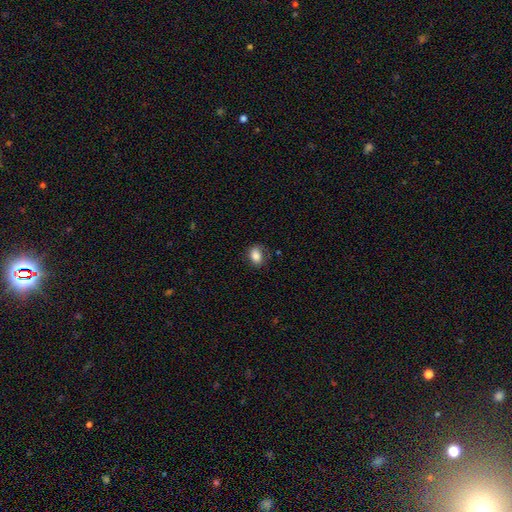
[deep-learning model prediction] The model was most divided on "how rounded": in between: 69%, round: 30%, cigar-shaped: 1%. More confident: smooth or featured — smooth (84%); merging — none (74%).